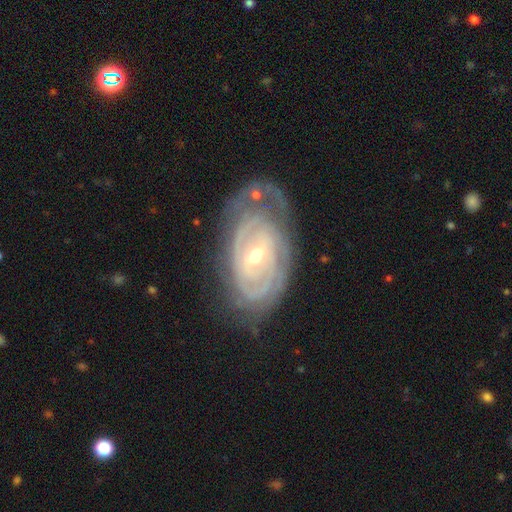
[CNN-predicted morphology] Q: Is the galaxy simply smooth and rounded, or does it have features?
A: featured or disk — 87%.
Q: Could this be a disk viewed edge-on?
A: no — 95%.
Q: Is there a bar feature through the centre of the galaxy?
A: no — 42%.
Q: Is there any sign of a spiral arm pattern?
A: yes — 92%.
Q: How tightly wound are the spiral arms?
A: tight — 78%.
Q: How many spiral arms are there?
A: can't tell — 39%.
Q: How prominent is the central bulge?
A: moderate — 51%.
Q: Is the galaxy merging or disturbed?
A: none — 64%.